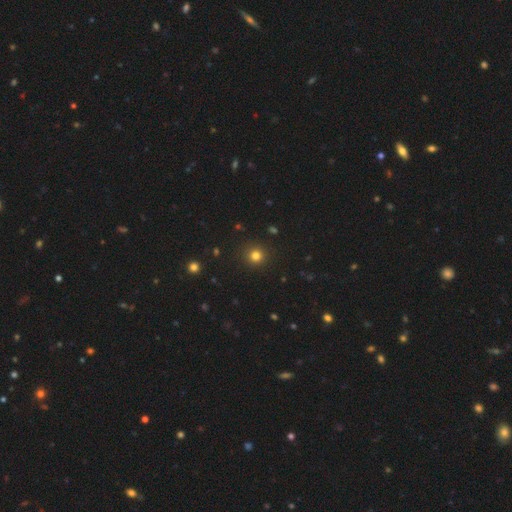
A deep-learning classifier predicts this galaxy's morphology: Overall: smooth (80%). How rounded: round (94%). Merging: none (92%).